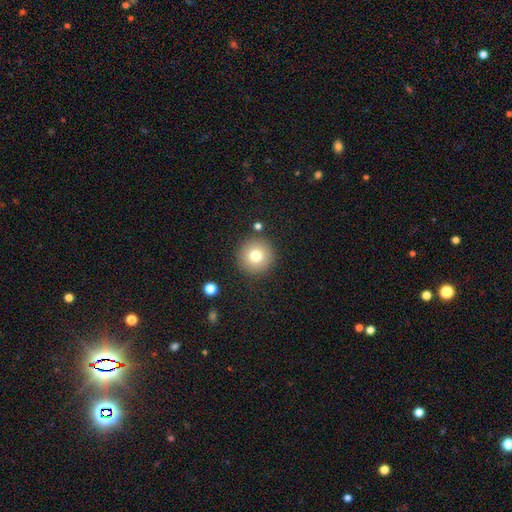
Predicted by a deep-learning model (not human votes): Smooth or featured: smooth — 77% (featured or disk — 12%)
How rounded: round — 96% (in between — 3%)
Merging: none — 89% (minor disturbance — 6%)